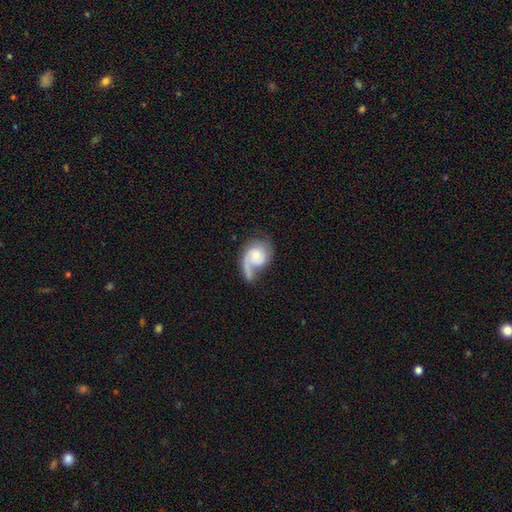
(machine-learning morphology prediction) A featured or disk galaxy (68%) with no bar (71%), 1 (69%) loose (41%) spiral arms (90%) and a small central bulge (46%).

Vote fractions:
- Smooth or featured? featured or disk: 68% / smooth: 26% / star or artifact: 6%
- Edge-on disk? no: 97% / yes: 3%
- Bar? no: 71% / weak: 25% / strong: 4%
- Spiral arms? yes: 90% / no: 10%
- Spiral winding? loose: 41% / medium: 35% / tight: 24%
- Spiral arm count? 1: 69% / 2: 22% / can't tell: 5% / 3: 2% / 4: 1% / more than 4: 1%
- Bulge size? small: 46% / moderate: 41% / large: 6% / none: 5% / dominant: 2%
- Merging? none: 37% / major disturbance: 33% / minor disturbance: 22% / merger: 8%